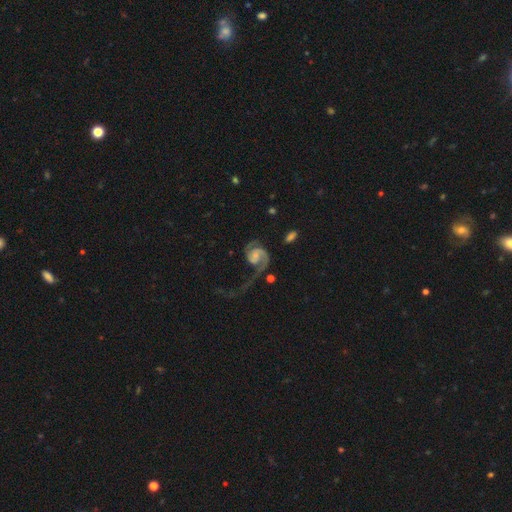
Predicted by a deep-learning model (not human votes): smooth_or_featured: featured or disk (p=0.87) [alt: smooth p=0.08]
disk_edge_on: no (p=0.98) [alt: yes p=0.02]
bar: no (p=0.61) [alt: weak p=0.31]
has_spiral_arms: yes (p=0.97) [alt: no p=0.03]
spiral_winding: medium (p=0.41) [alt: loose p=0.37]
spiral_arm_count: 2 (p=0.62) [alt: 1 p=0.31]
bulge_size: small (p=0.50) [alt: moderate p=0.26]
merging: major disturbance (p=0.48) [alt: none p=0.33]